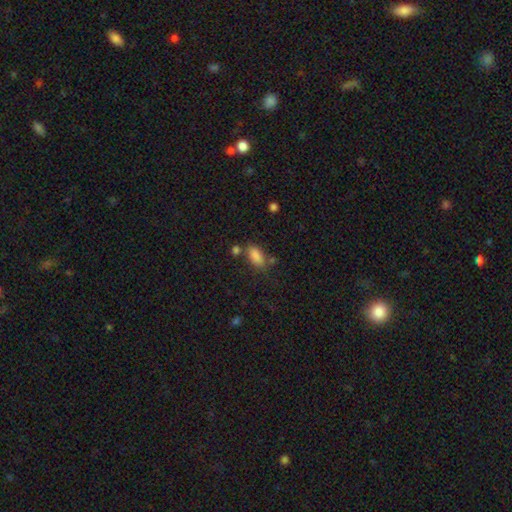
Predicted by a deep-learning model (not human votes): A smooth galaxy with no disk features (85%) that is in between round and cigar-shaped (87%).

Vote fractions:
- Smooth or featured? smooth: 85% / star or artifact: 10% / featured or disk: 5%
- How rounded? in between: 87% / cigar-shaped: 9% / round: 4%
- Merging? none: 66% / minor disturbance: 16% / merger: 12% / major disturbance: 5%